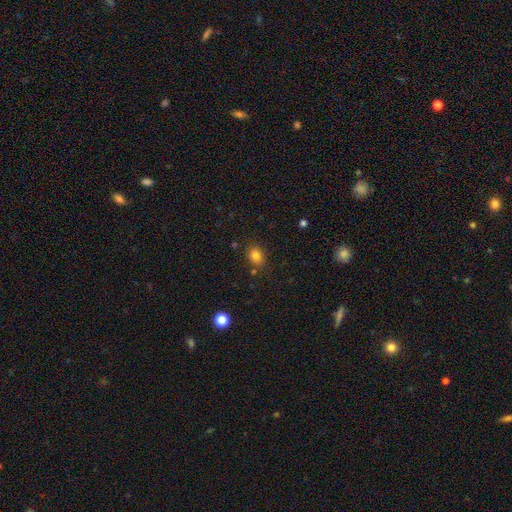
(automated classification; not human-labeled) smooth-or-featured: smooth: 81% | star or artifact: 12% | featured or disk: 6%
  how-rounded: in between: 61% | round: 38% | cigar-shaped: 1%
  merging: none: 80% | minor disturbance: 12% | merger: 5% | major disturbance: 3%